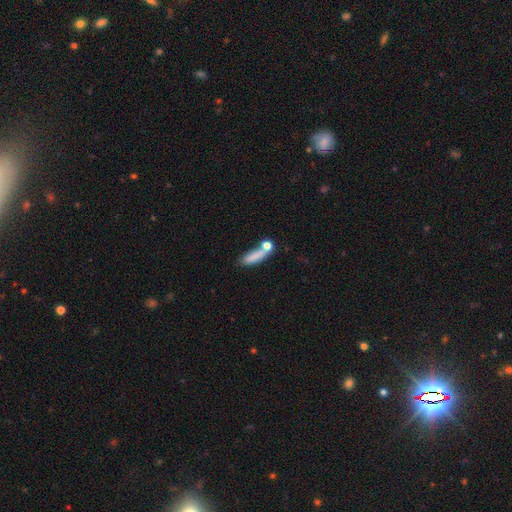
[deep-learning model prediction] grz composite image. It shows a smooth galaxy with no disk features (77%) that is cigar-shaped (56%). Merging: none (50%).